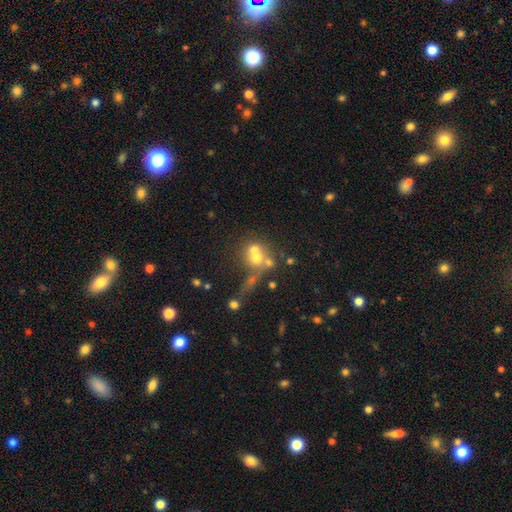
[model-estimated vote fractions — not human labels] A smooth galaxy with no disk features (57%) that is round (75%).

Vote fractions:
- Smooth or featured? smooth: 57% / featured or disk: 27% / star or artifact: 16%
- How rounded? round: 75% / in between: 23% / cigar-shaped: 2%
- Merging? merger: 56% / none: 28% / minor disturbance: 8% / major disturbance: 8%